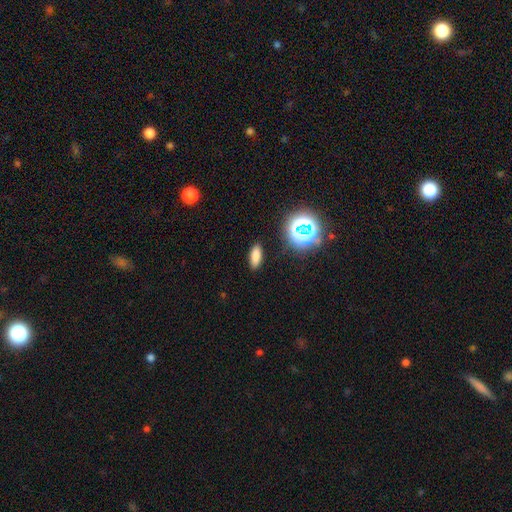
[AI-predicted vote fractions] Overall: smooth (76%). How rounded: in between (75%). Merging: none (88%).